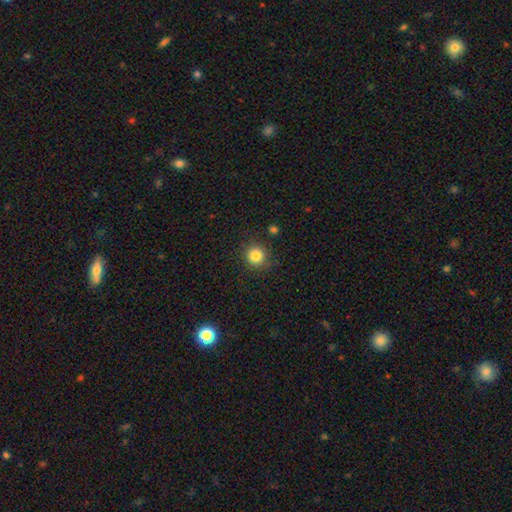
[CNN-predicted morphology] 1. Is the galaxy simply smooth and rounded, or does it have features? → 84% smooth, 11% star or artifact, 5% featured or disk.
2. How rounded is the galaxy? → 93% round, 6% in between, 1% cigar-shaped.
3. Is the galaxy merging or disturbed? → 87% none, 8% minor disturbance, 3% major disturbance, 2% merger.